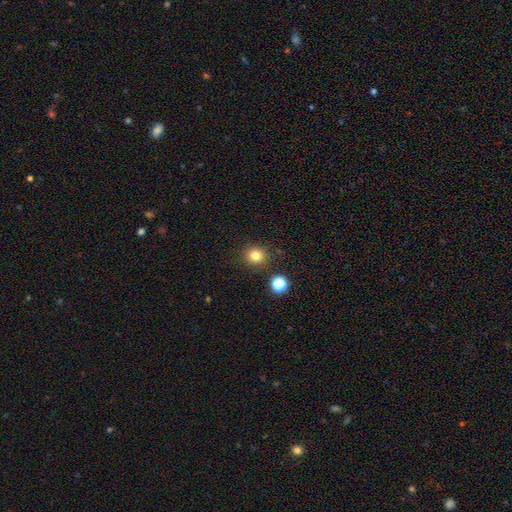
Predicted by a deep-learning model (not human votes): A smooth galaxy with no disk features (80%) that is round (88%). Merging: none (87%).